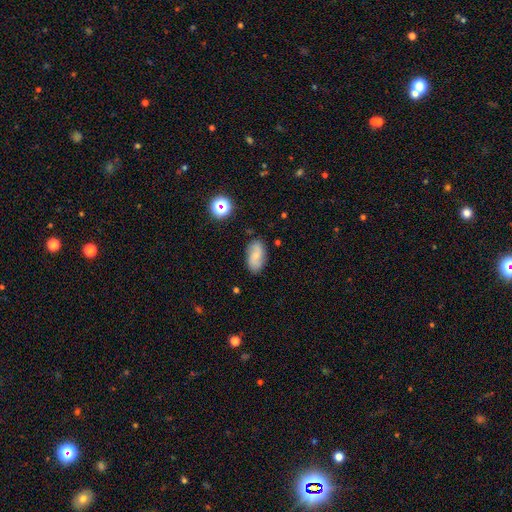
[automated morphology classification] type=smooth (54%); roundness=in between (91%); merging=none (79%).